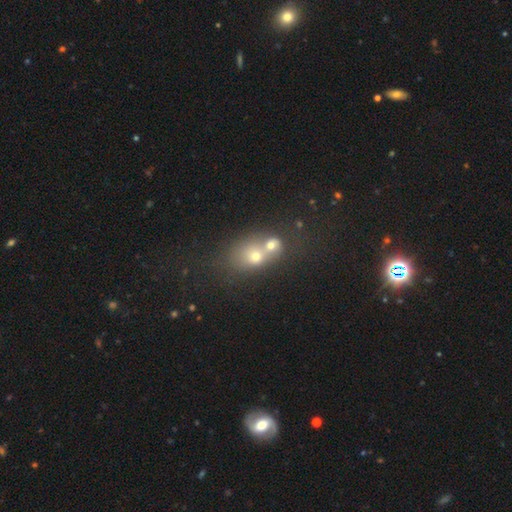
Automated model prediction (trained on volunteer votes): This appears to be a smooth galaxy with no disk features (55%) that is round (52%). Merging: merger (60%).